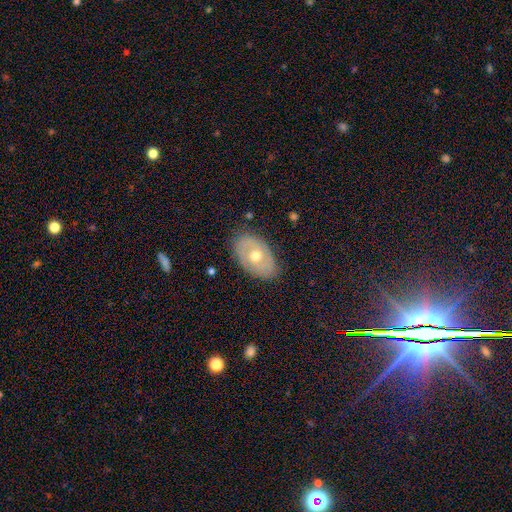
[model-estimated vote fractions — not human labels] smooth_or_featured: featured or disk (p=0.52) [alt: smooth p=0.41]
disk_edge_on: no (p=0.90) [alt: yes p=0.10]
merging: none (p=0.81) [alt: minor disturbance p=0.14]